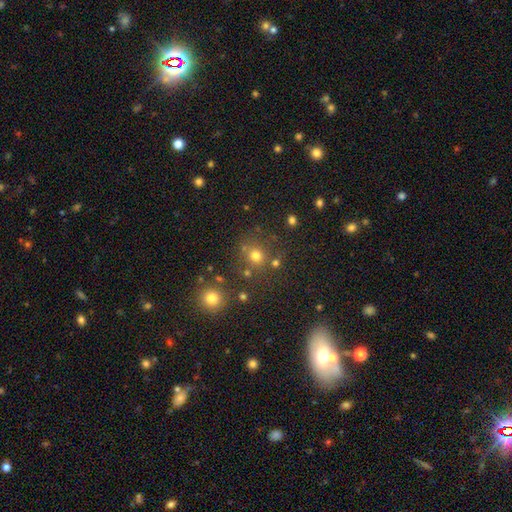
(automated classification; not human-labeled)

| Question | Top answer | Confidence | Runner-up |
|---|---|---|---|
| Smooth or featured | smooth | 55% | star or artifact (34%) |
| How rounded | round | 83% | in between (15%) |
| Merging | none | 73% | merger (12%) |